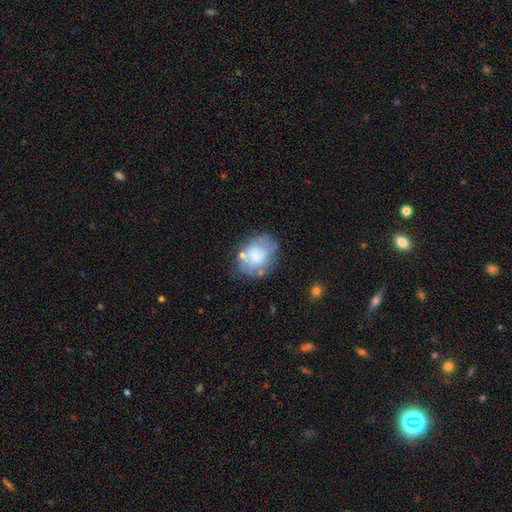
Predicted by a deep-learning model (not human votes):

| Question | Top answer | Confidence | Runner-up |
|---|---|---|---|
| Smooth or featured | smooth | 58% | featured or disk (33%) |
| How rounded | in between | 54% | round (45%) |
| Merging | none | 52% | minor disturbance (25%) |